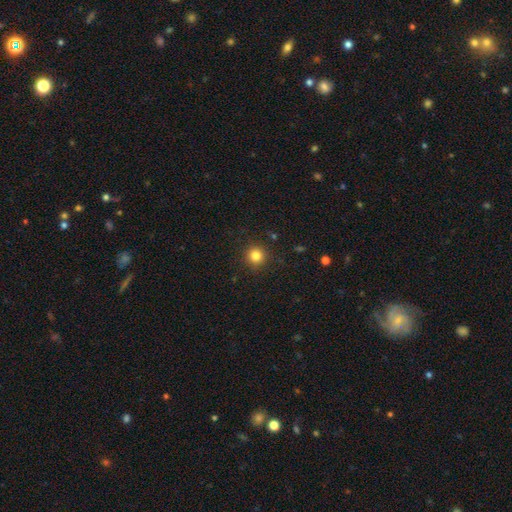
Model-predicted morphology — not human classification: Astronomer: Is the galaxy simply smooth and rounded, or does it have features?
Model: smooth — 83%.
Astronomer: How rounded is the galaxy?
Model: round — 94%.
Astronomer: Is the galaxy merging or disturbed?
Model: none — 91%.